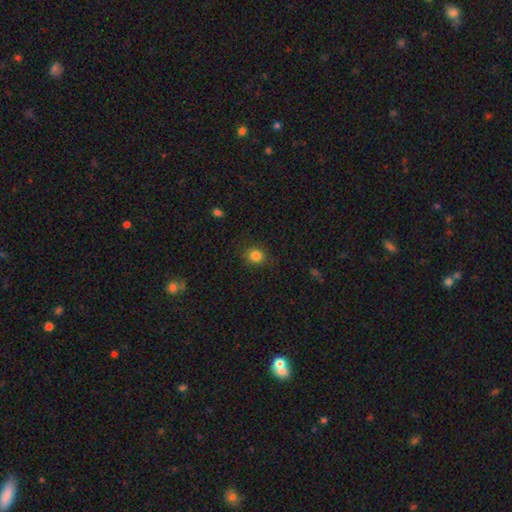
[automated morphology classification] Smooth or featured: smooth — 83% (star or artifact — 12%)
How rounded: round — 80% (in between — 20%)
Merging: none — 86% (minor disturbance — 10%)